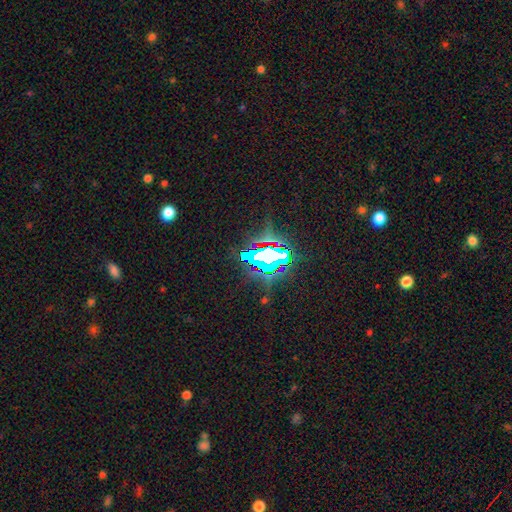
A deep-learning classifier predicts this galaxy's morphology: smooth-or-featured: star or artifact: 83% | smooth: 10% | featured or disk: 8%